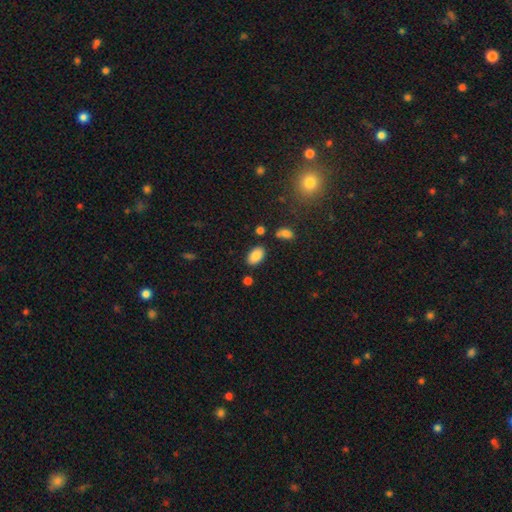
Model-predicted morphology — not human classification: Smooth or featured? smooth (87%)
How rounded? in between (93%)
Merging? none (82%)